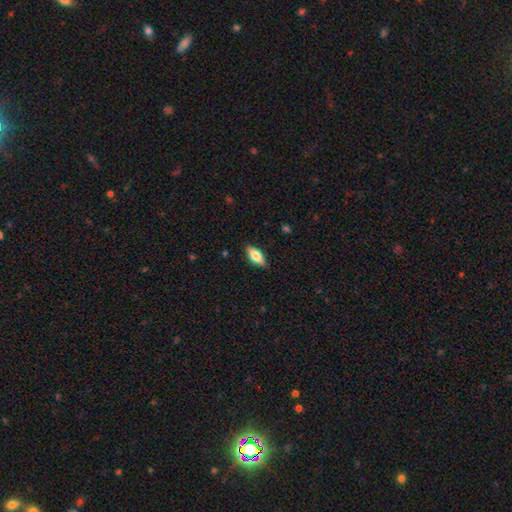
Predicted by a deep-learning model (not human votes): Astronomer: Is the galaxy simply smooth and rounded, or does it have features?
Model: smooth — 66%.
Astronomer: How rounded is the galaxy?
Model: in between — 79%.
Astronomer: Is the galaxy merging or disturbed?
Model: none — 87%.